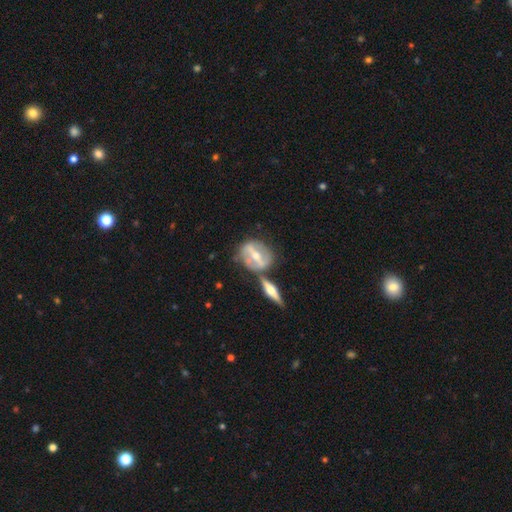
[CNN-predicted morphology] Overall: featured or disk (74%). Edge-on disk: no (77%). Bar: strong (68%). Spiral arms: yes (51%; no 49%). Bulge size: moderate (60%; small 33%). Merging: none (54%; merger 26%).